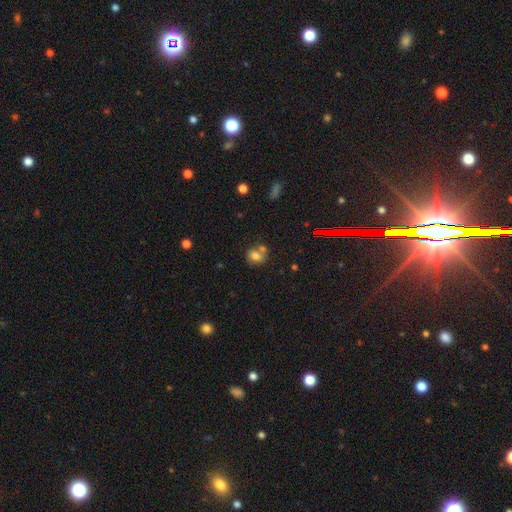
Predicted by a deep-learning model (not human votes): A smooth galaxy with no disk features (73%) that is round (58%). Merging: none (48%).